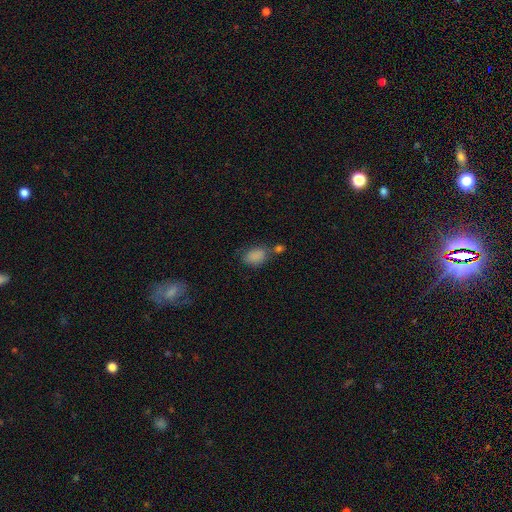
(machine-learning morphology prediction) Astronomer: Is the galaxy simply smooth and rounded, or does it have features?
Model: smooth — 85%.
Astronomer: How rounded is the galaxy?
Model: in between — 83%.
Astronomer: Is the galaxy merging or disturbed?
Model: none — 54%.